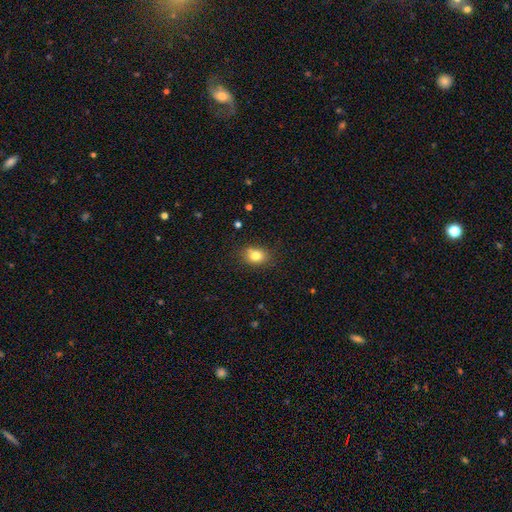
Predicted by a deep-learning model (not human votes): Smooth or featured? smooth (80%)
How rounded? in between (62%)
Merging? none (80%)